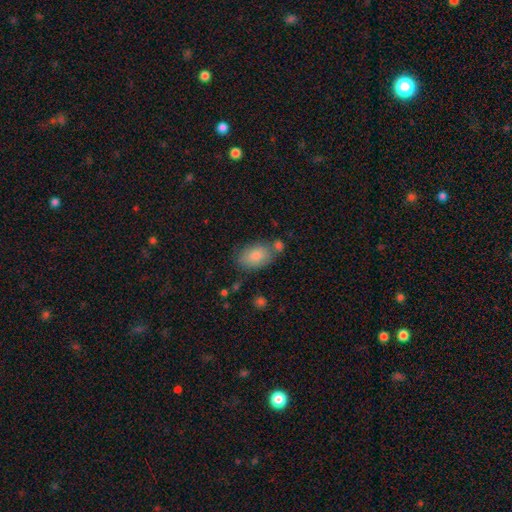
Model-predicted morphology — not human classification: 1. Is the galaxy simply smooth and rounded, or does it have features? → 84% smooth, 9% featured or disk, 7% star or artifact.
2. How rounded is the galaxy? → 90% in between, 9% round, 2% cigar-shaped.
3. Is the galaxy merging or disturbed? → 63% none, 19% minor disturbance, 13% merger, 5% major disturbance.